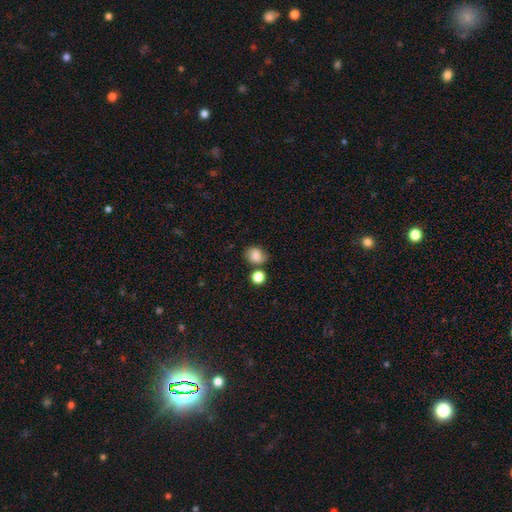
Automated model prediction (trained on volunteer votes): Smooth or featured?
  - smooth: 77% *
  - featured or disk: 13%
  - star or artifact: 11%
How rounded?
  - round: 50% *
  - in between: 49%
  - cigar-shaped: 1%
Merging?
  - none: 63% *
  - minor disturbance: 20%
  - merger: 11%
  - major disturbance: 6%